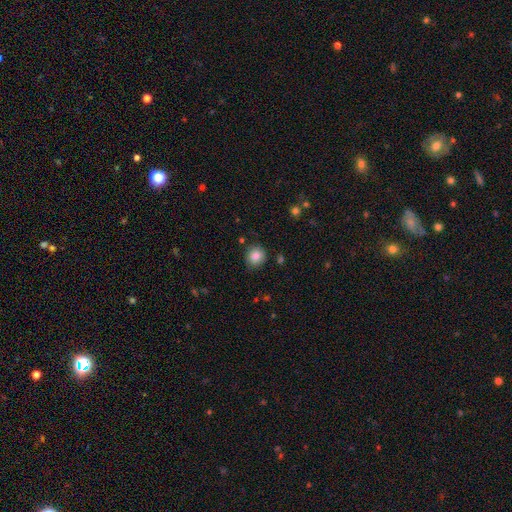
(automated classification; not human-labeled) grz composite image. It shows a smooth galaxy with no disk features (83%) that is round (87%). Merging: none (83%).